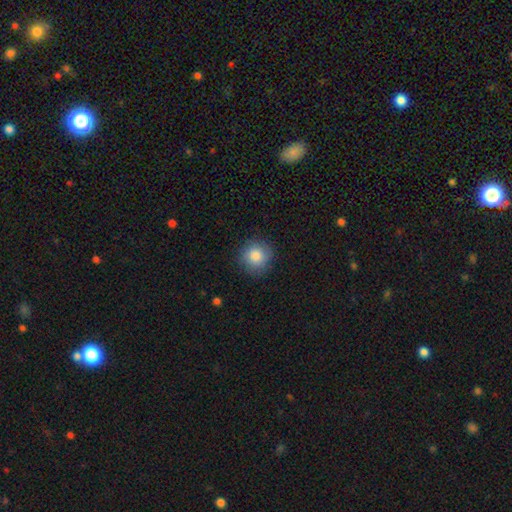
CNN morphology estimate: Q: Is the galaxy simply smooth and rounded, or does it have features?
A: smooth — 85%.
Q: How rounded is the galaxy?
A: round — 93%.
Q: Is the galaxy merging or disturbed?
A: none — 85%.